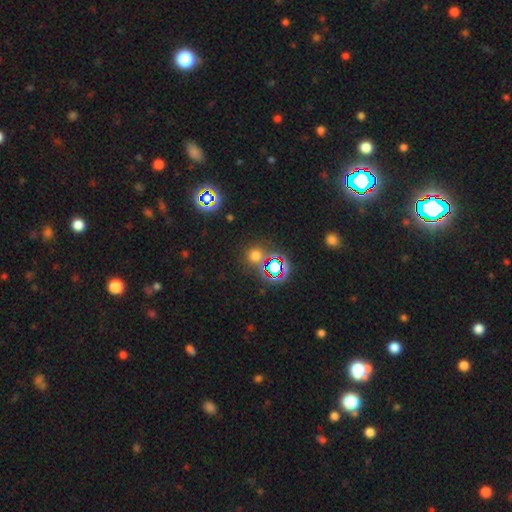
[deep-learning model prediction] The model was most divided on "smooth or featured": smooth: 55%, star or artifact: 38%, featured or disk: 7%. More confident: how rounded — round (90%); merging — none (78%).